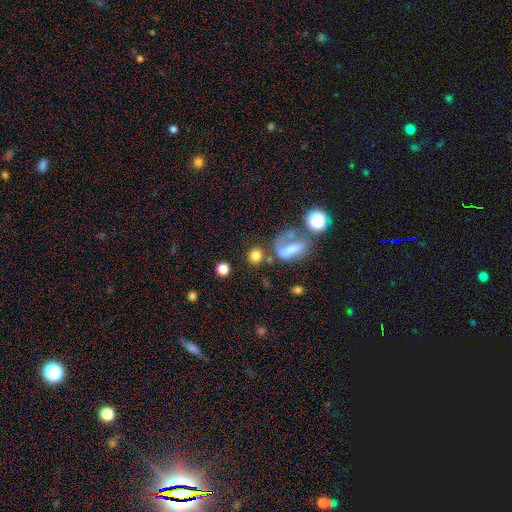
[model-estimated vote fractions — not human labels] Q: Smooth or featured?
A: smooth (77%); runner-up: star or artifact (13%)
Q: How rounded?
A: round (83%); runner-up: in between (14%)
Q: Merging?
A: none (66%); runner-up: merger (15%)